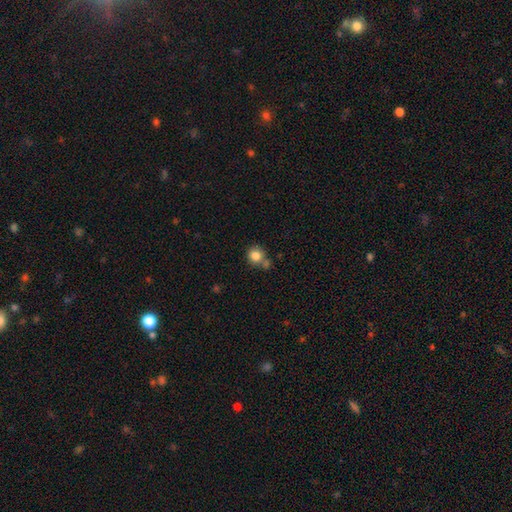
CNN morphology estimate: Smooth or featured? smooth (83%)
How rounded? round (88%)
Merging? none (58%)